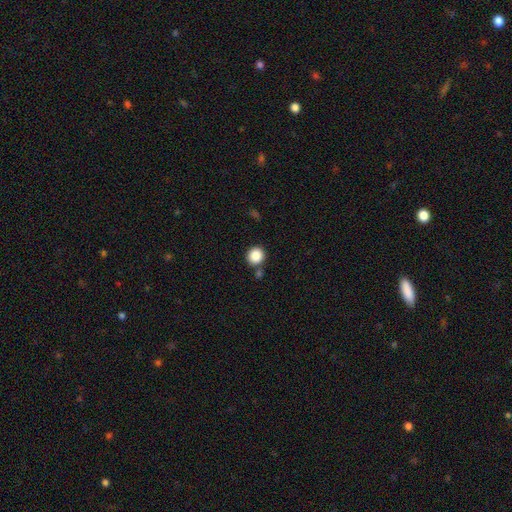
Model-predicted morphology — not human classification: Smooth or featured? Predicted: smooth (p=0.87). How rounded? Predicted: round (p=0.90). Merging? Predicted: none (p=0.80).